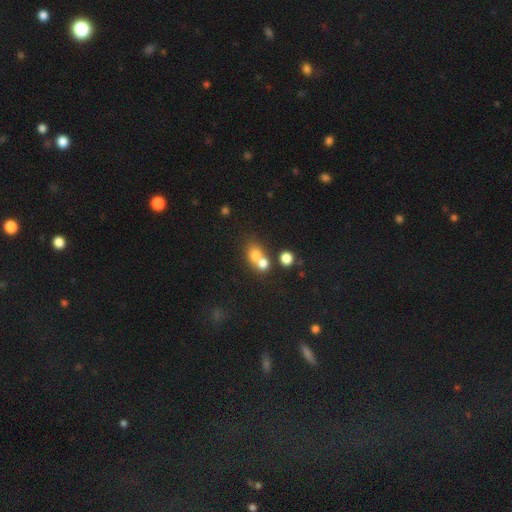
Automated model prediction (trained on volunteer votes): Smooth or featured: smooth — 72% (star or artifact — 14%)
How rounded: round — 68% (in between — 31%)
Merging: merger — 56% (none — 34%)